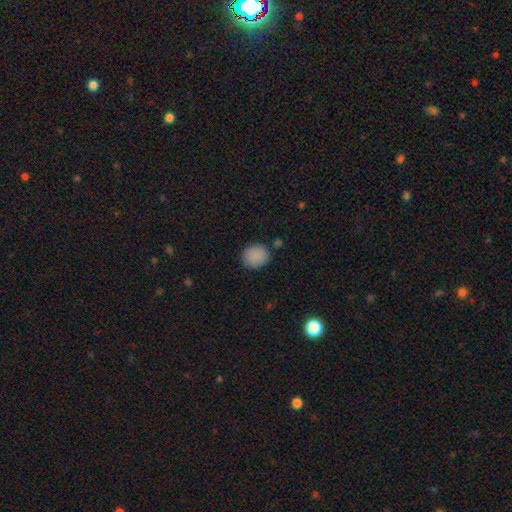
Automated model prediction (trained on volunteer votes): Morphology: type=smooth (88%); roundness=round (78%); merging=none (81%).